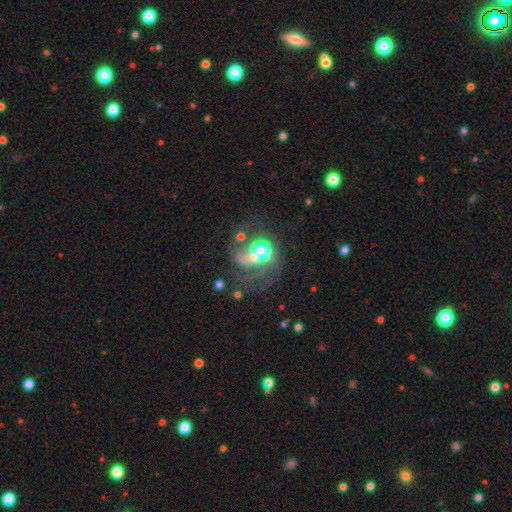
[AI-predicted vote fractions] Q: Smooth or featured?
A: featured or disk (53%); runner-up: smooth (25%)
Q: Edge-on disk?
A: no (97%); runner-up: yes (3%)
Q: Bar?
A: no (72%); runner-up: weak (18%)
Q: Spiral arms?
A: yes (56%); runner-up: no (44%)
Q: Bulge size?
A: large (38%); runner-up: moderate (33%)
Q: Merging?
A: major disturbance (41%); runner-up: none (29%)